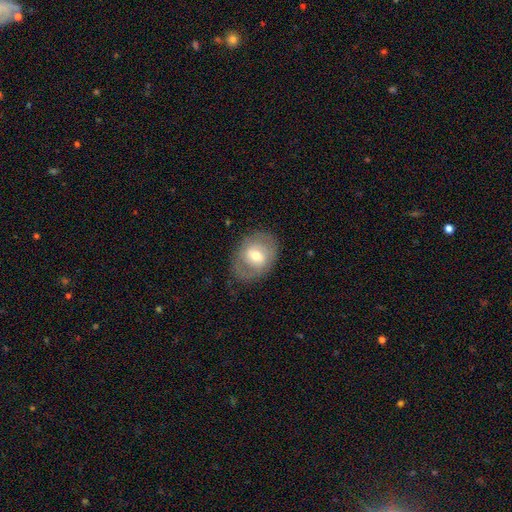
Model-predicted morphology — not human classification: Q: Smooth or featured?
A: smooth (49%); runner-up: featured or disk (44%)
Q: Merging?
A: none (73%); runner-up: minor disturbance (17%)